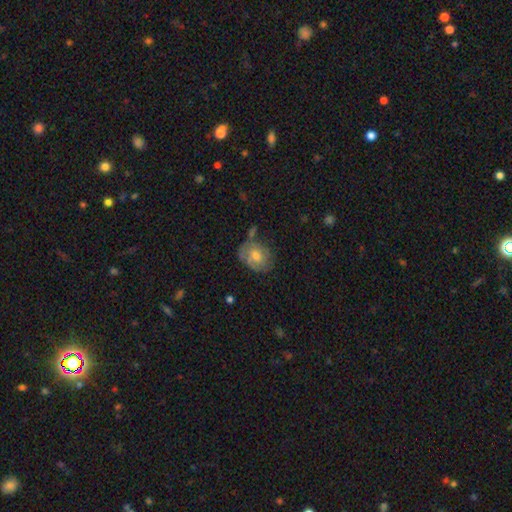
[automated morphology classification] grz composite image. It shows a featured or disk galaxy (47%). Merging: none (59%).